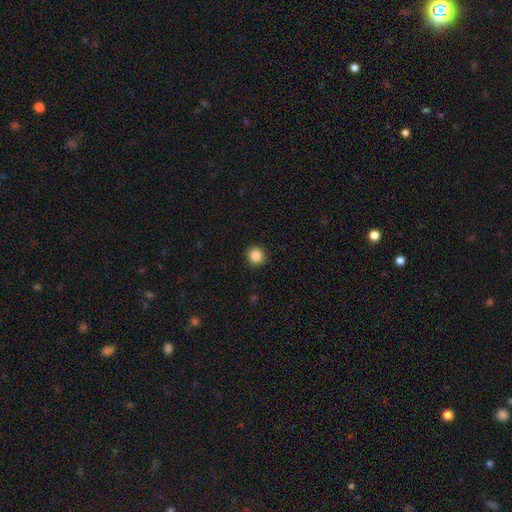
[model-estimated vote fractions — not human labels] This appears to be a smooth galaxy with no disk features (86%) that is round (93%). Merging: none (92%).